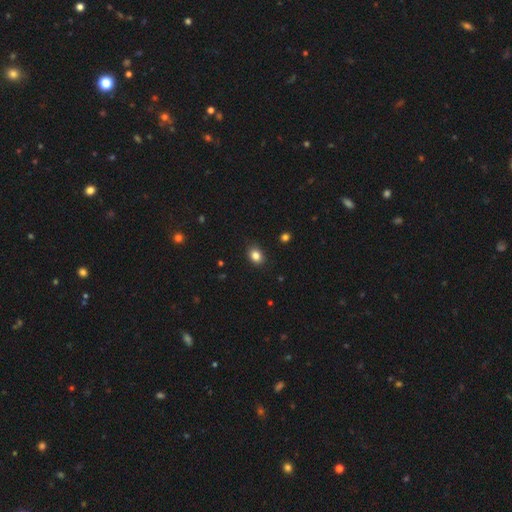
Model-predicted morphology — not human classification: Smooth or featured: smooth — 84% (star or artifact — 11%)
How rounded: in between — 57% (round — 42%)
Merging: none — 86% (minor disturbance — 11%)